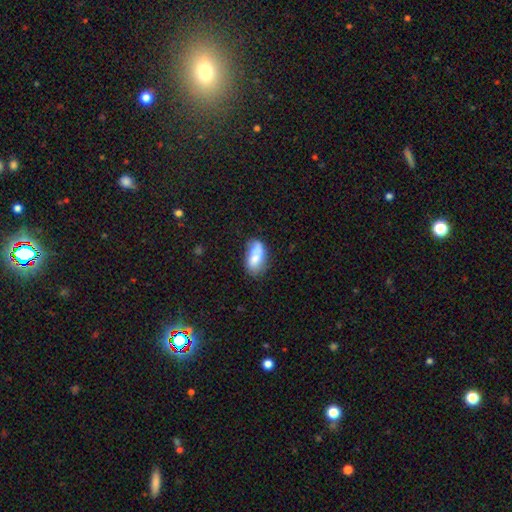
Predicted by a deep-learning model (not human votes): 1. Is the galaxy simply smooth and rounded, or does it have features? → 72% smooth, 21% featured or disk, 8% star or artifact.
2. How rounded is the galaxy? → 89% in between, 6% cigar-shaped, 5% round.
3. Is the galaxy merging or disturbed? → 47% none, 24% minor disturbance, 21% merger, 8% major disturbance.